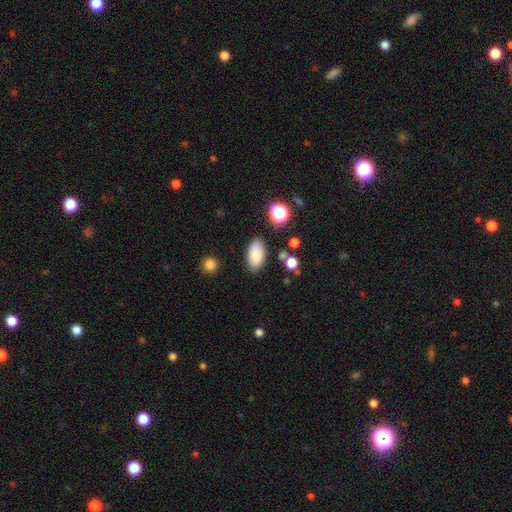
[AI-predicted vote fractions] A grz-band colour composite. It shows a smooth galaxy with no disk features (83%) that is in between round and cigar-shaped (93%). Merging: none (81%).